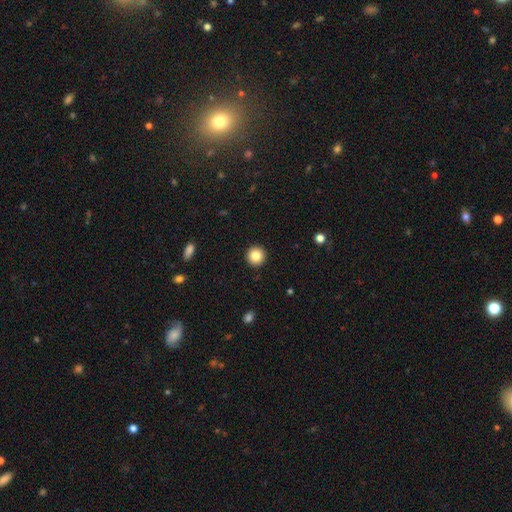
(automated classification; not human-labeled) This appears to be a smooth galaxy with no disk features (84%) that is round (95%). Merging: none (93%).